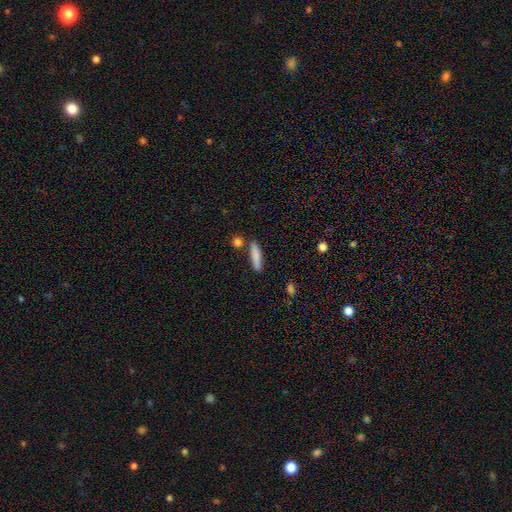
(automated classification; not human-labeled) Smooth or featured? Predicted: smooth (p=0.82). How rounded? Predicted: cigar-shaped (p=0.79). Merging? Predicted: none (p=0.79).